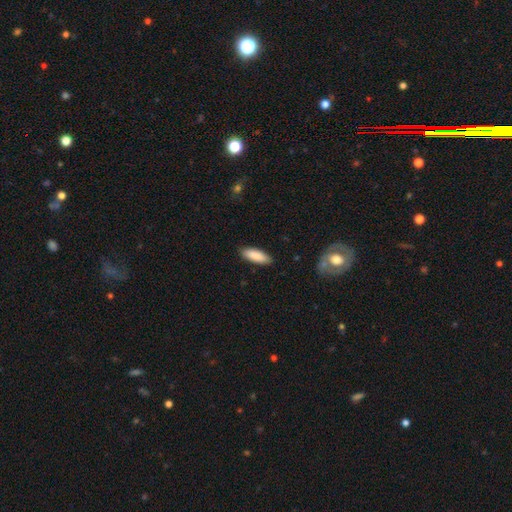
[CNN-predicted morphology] This appears to be a smooth galaxy with no disk features (88%) that is in between round and cigar-shaped (64%). Merging: none (88%).